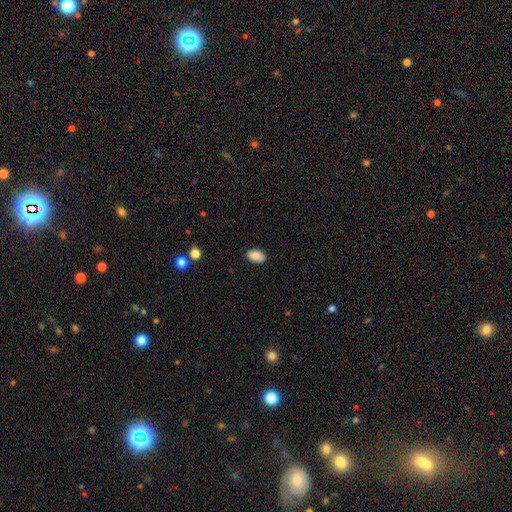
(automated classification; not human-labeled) A smooth galaxy with no disk features (88%) that is in between round and cigar-shaped (92%). Merging: none (87%).